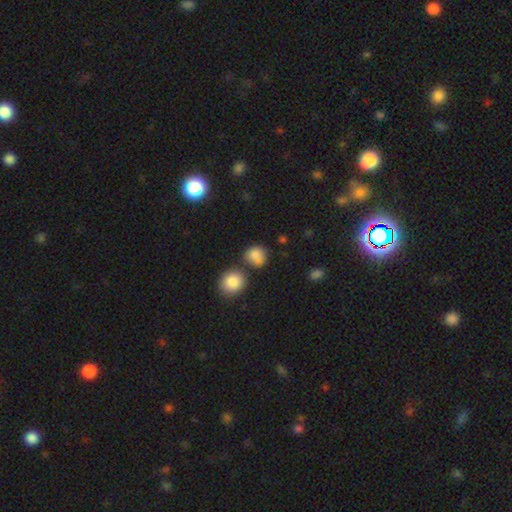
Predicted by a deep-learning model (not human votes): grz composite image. It shows a smooth galaxy with no disk features (82%) that is round (76%). Merging: none (53%).